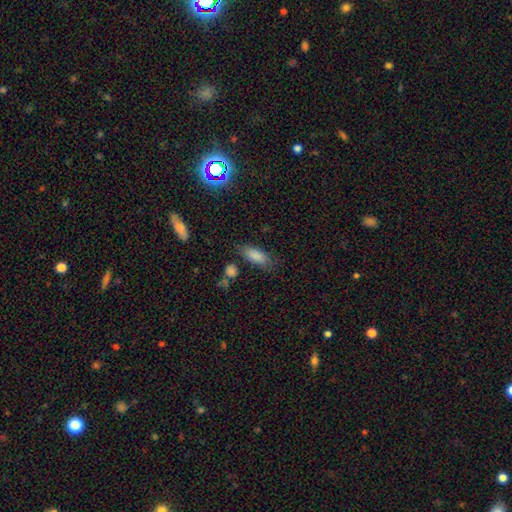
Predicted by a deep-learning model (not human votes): A smooth galaxy with no disk features (85%) that is in between round and cigar-shaped (78%). Merging: none (71%).